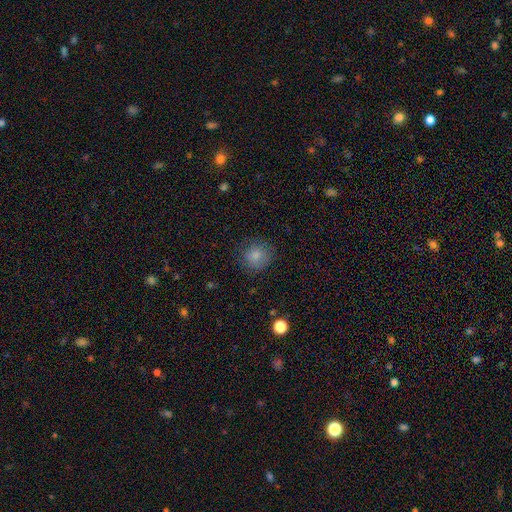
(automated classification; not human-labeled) The model was most divided on "merging": none: 80%, minor disturbance: 14%, major disturbance: 5%, merger: 1%. More confident: how rounded — round (86%); smooth or featured — smooth (83%).